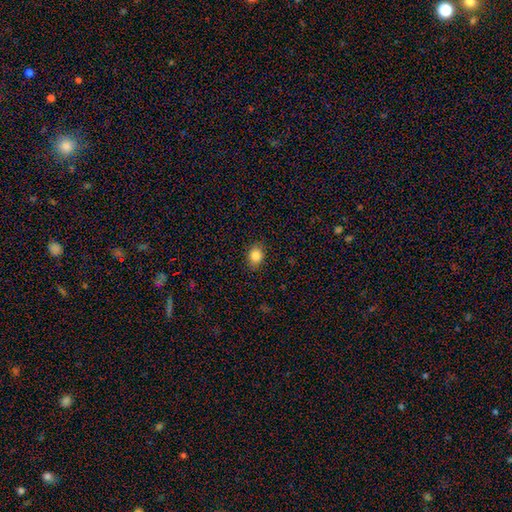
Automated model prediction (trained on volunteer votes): Morphology: type=smooth (85%); roundness=in between (57%); merging=none (87%).